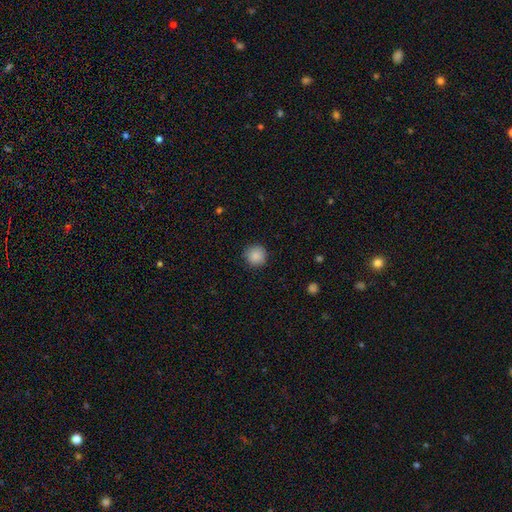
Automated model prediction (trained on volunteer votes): Smooth or featured? smooth (88%)
How rounded? round (95%)
Merging? none (89%)